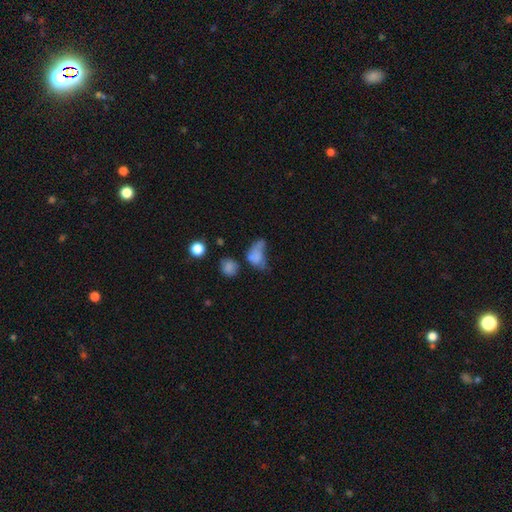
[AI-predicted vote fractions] smooth 67%, featured or disk 20%, star or artifact 13%. Down the decision tree: how rounded — in between (78%); merging — major disturbance (30%).